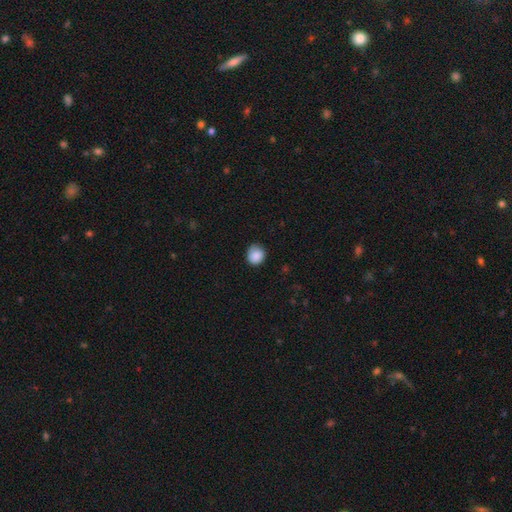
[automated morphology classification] smooth-or-featured: smooth: 87% | star or artifact: 8% | featured or disk: 5%
  how-rounded: round: 81% | in between: 18% | cigar-shaped: 1%
  merging: none: 76% | minor disturbance: 20% | major disturbance: 4% | merger: 1%